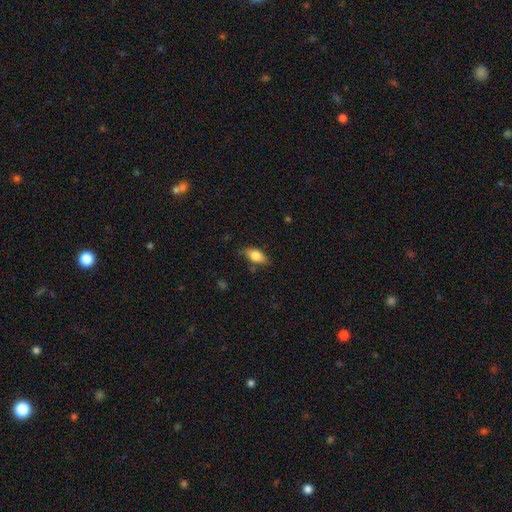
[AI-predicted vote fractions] Smooth or featured? Predicted: smooth (p=0.78). How rounded? Predicted: in between (p=0.87). Merging? Predicted: none (p=0.77).